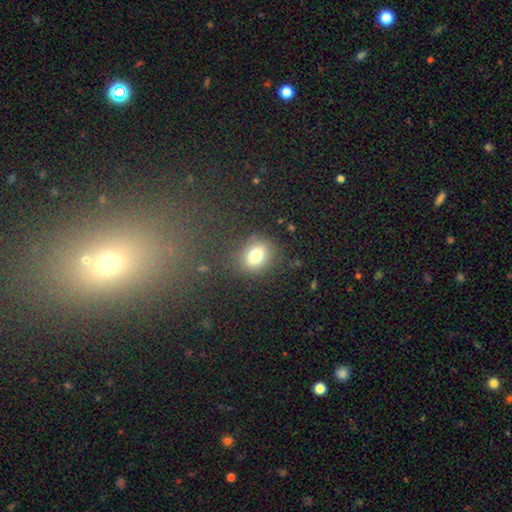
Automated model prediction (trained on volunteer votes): Smooth or featured? Predicted: smooth (p=0.76). How rounded? Predicted: in between (p=0.59). Merging? Predicted: none (p=0.78).